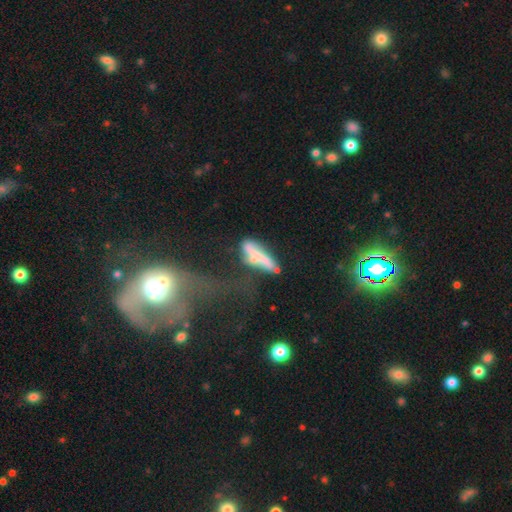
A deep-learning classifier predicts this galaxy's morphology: smooth_or_featured: featured or disk (p=0.46) [alt: smooth p=0.43]
merging: major disturbance (p=0.29) [alt: none p=0.28]